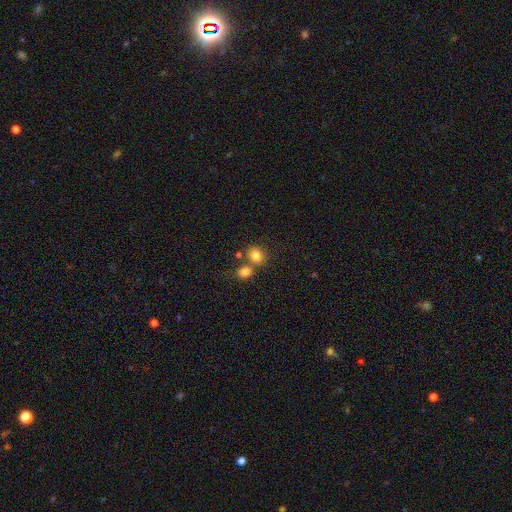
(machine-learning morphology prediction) smooth 82%, star or artifact 11%, featured or disk 7%. Down the decision tree: how rounded — round (64%); merging — none (52%).